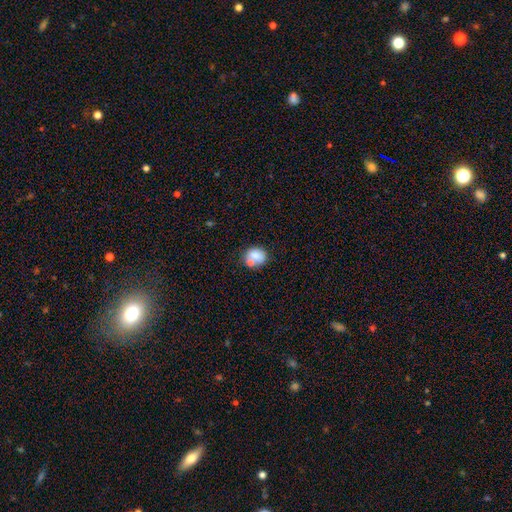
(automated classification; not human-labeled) A smooth galaxy with no disk features (72%) that is round (60%). Merging: none (45%).